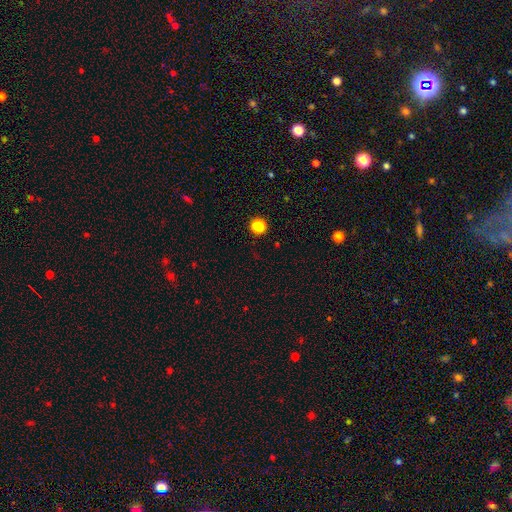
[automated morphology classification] This is possibly a smooth galaxy (51%). How rounded: clearly round (91%). Merging: clearly none (87%).